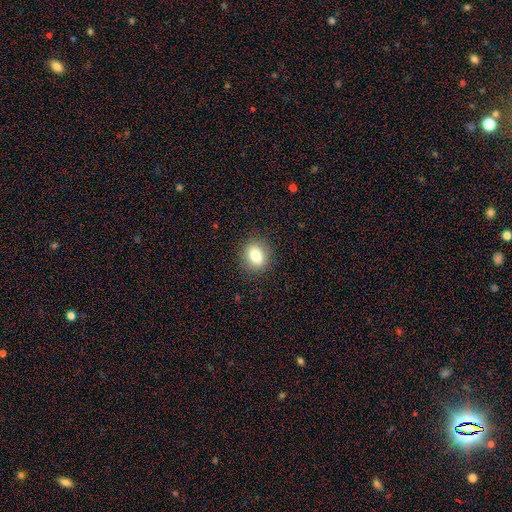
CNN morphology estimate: This is clearly a smooth galaxy (81%). How rounded: possibly round (52%). Merging: clearly none (88%).